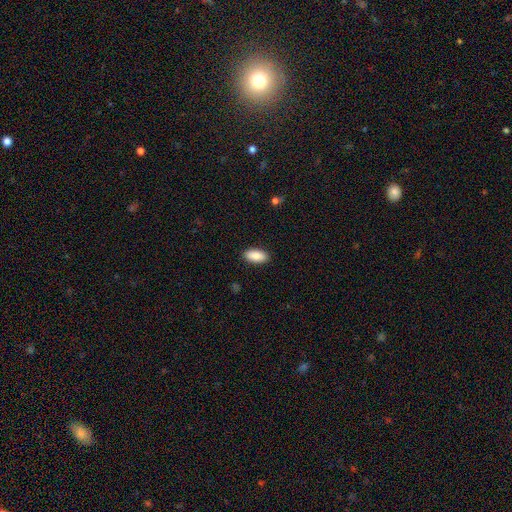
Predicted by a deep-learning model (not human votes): This appears to be a smooth galaxy with no disk features (89%) that is in between round and cigar-shaped (90%). Merging: none (90%).